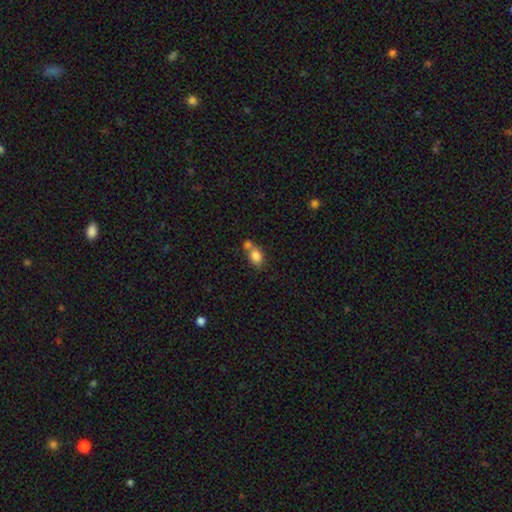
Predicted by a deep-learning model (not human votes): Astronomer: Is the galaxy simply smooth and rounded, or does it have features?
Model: smooth — 81%.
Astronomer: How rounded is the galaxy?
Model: in between — 67%.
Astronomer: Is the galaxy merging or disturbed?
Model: merger — 46% (runner-up: none, 38%).